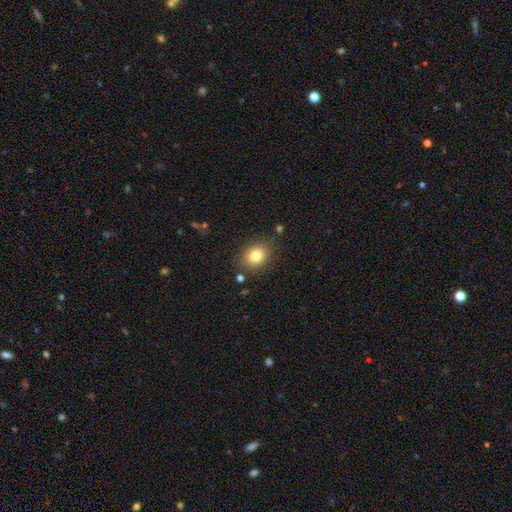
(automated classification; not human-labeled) smooth_or_featured: smooth (p=0.82) [alt: star or artifact p=0.10]
how_rounded: in between (p=0.51) [alt: round p=0.48]
merging: none (p=0.83) [alt: minor disturbance p=0.11]